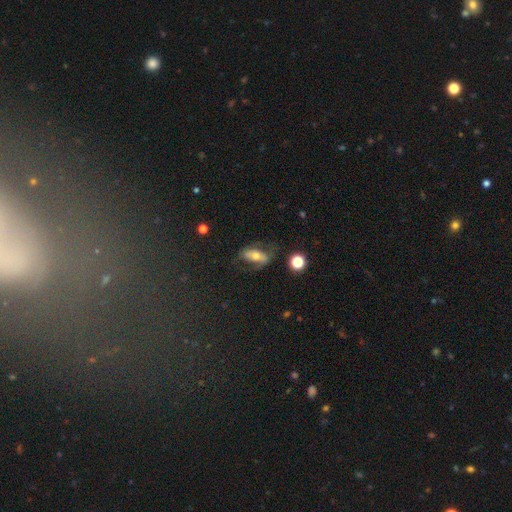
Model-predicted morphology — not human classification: This appears to be a smooth galaxy with no disk features (46%). Merging: none (56%).